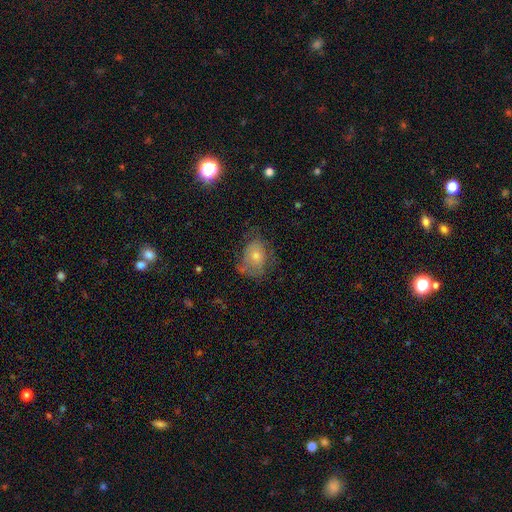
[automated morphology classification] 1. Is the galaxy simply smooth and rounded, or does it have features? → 59% smooth, 32% featured or disk, 10% star or artifact.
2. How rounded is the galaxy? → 60% in between, 39% round, 1% cigar-shaped.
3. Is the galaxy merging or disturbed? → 47% none, 30% minor disturbance, 20% major disturbance, 3% merger.